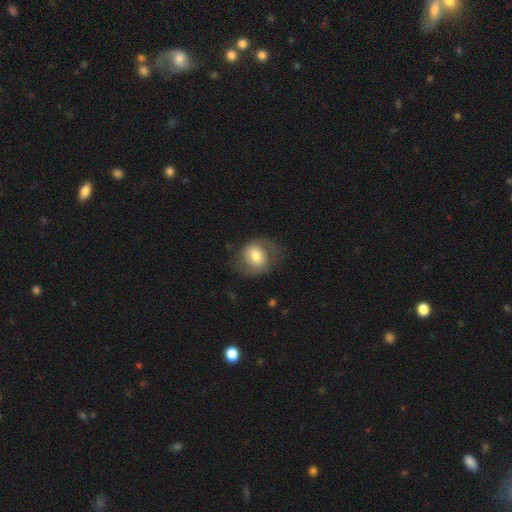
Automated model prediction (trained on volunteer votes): Smooth or featured: smooth — 50% (featured or disk — 43%)
Merging: none — 64% (minor disturbance — 20%)